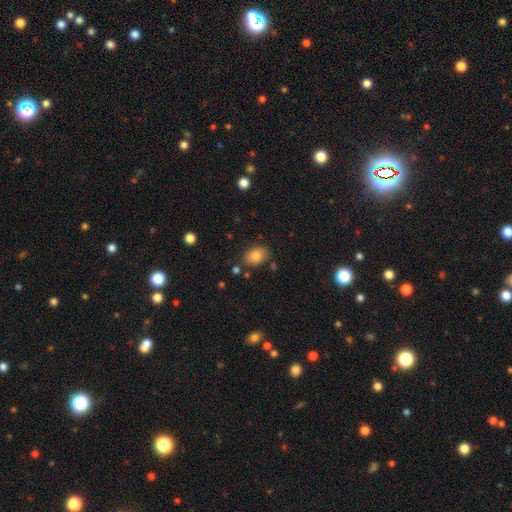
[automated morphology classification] The model was most divided on "how rounded": in between: 79%, round: 20%, cigar-shaped: 1%. More confident: smooth or featured — smooth (81%); merging — none (80%).